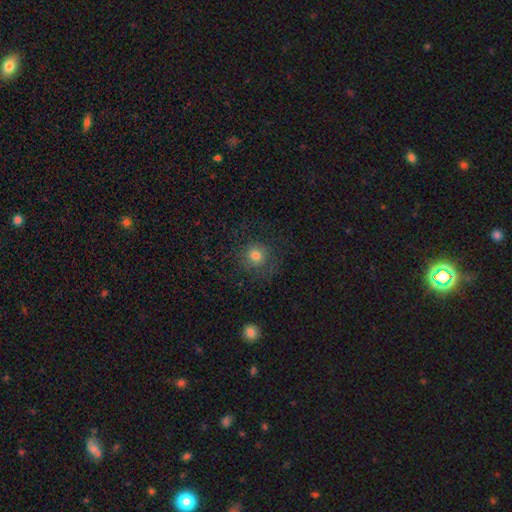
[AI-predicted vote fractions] Smooth or featured: smooth — 75% (star or artifact — 14%)
How rounded: round — 90% (in between — 9%)
Merging: none — 75% (minor disturbance — 14%)